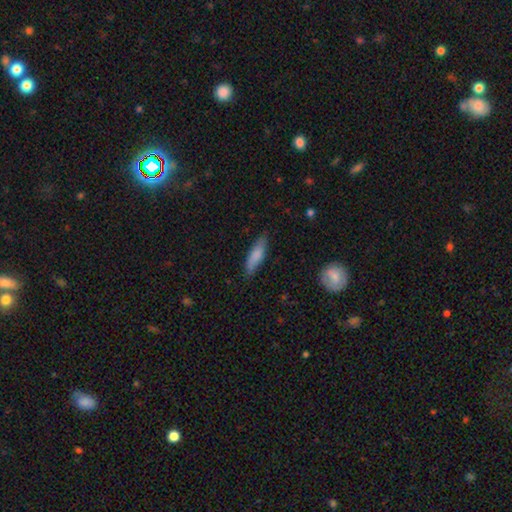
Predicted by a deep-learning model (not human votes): This appears to be a smooth galaxy with no disk features (80%) that is cigar-shaped (62%). Merging: none (81%).